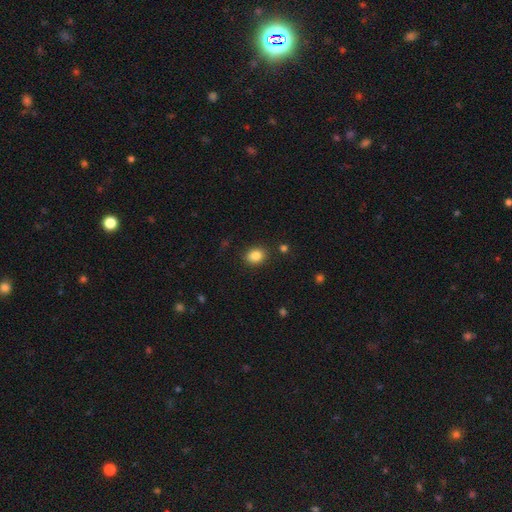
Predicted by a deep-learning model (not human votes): smooth 85%, star or artifact 10%, featured or disk 5%. Down the decision tree: how rounded — in between (50%); merging — none (86%).